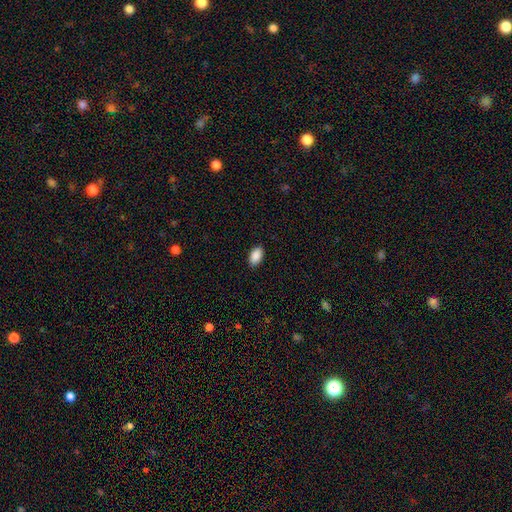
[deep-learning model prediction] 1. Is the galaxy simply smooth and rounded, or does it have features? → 90% smooth, 7% star or artifact, 3% featured or disk.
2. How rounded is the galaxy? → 94% in between, 4% round, 2% cigar-shaped.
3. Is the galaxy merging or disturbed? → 89% none, 8% minor disturbance, 2% major disturbance, 1% merger.